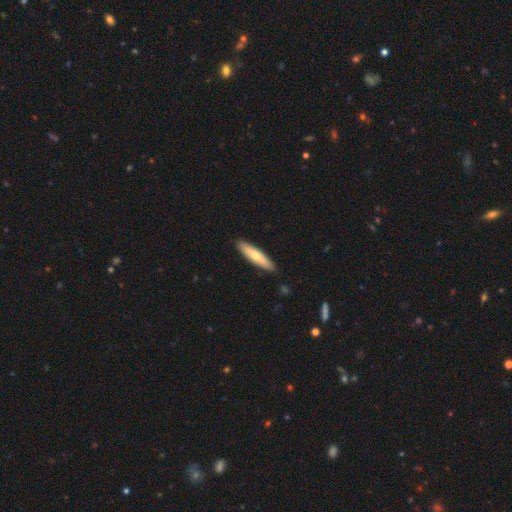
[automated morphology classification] A smooth galaxy with no disk features (62%) that is cigar-shaped (72%). Merging: none (90%).